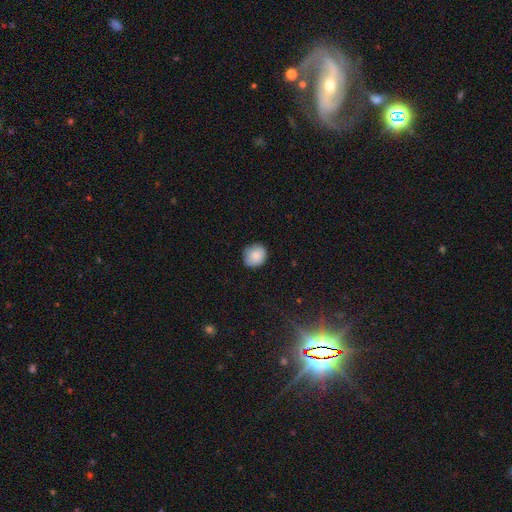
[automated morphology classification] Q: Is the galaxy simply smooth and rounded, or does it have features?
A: smooth — 85%.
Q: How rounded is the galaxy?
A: round — 86%.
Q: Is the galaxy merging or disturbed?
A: none — 81%.